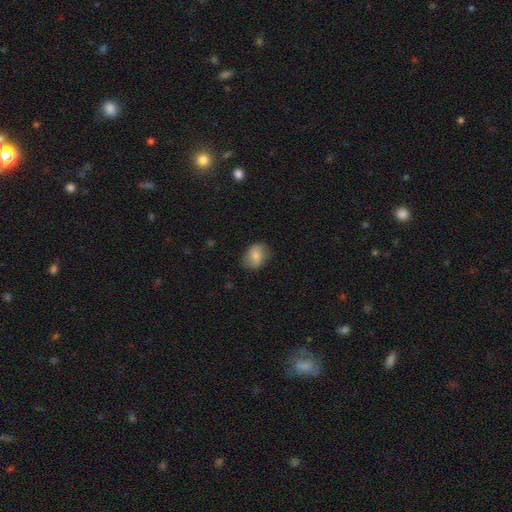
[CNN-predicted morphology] smooth-or-featured: smooth: 75% | featured or disk: 17% | star or artifact: 8%
  how-rounded: in between: 59% | round: 40% | cigar-shaped: 1%
  merging: none: 77% | minor disturbance: 18% | major disturbance: 4% | merger: 1%